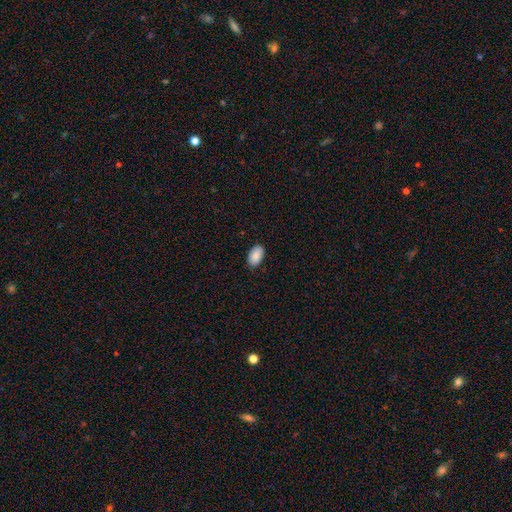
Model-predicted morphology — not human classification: smooth_or_featured: smooth (p=0.89) [alt: star or artifact p=0.07]
how_rounded: in between (p=0.94) [alt: round p=0.05]
merging: none (p=0.85) [alt: minor disturbance p=0.12]